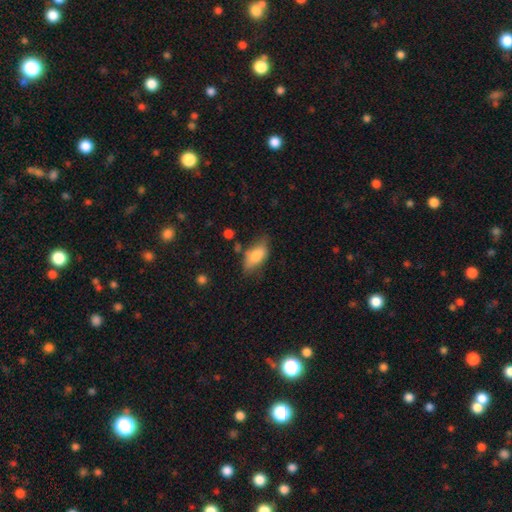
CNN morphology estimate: smooth-or-featured: smooth: 73% | featured or disk: 20% | star or artifact: 7%
  how-rounded: in between: 86% | cigar-shaped: 10% | round: 3%
  merging: none: 57% | minor disturbance: 29% | major disturbance: 9% | merger: 5%